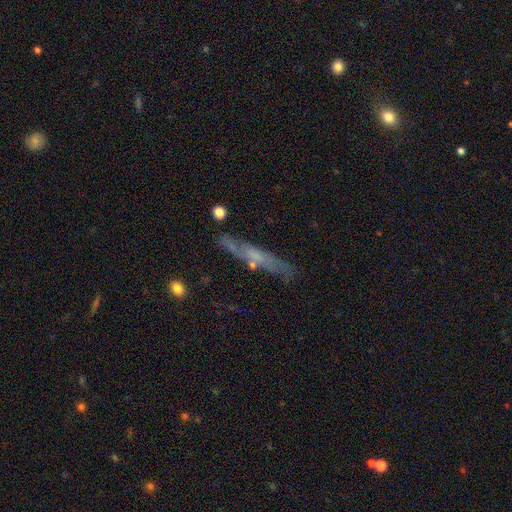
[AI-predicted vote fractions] This appears to be a featured or disk galaxy (49%). Merging: none (73%).